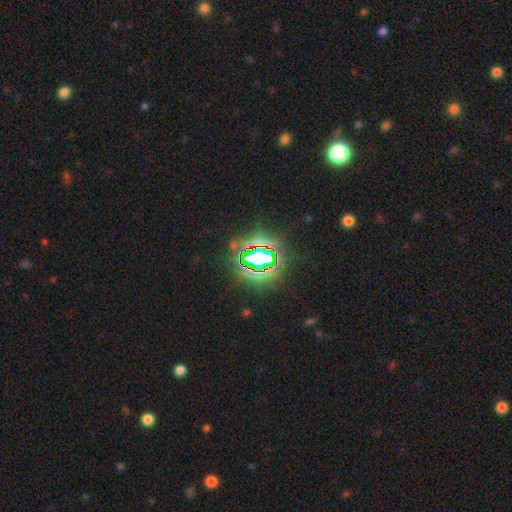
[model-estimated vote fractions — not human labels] This appears to be a star or artifact, not a galaxy (84%).